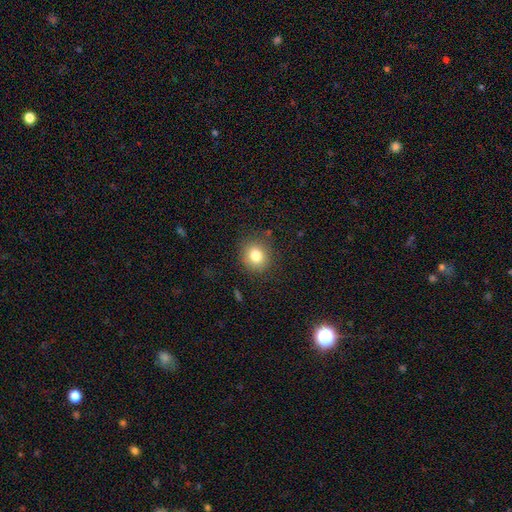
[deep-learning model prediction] Morphology: type=smooth (80%); roundness=round (86%); merging=none (87%).